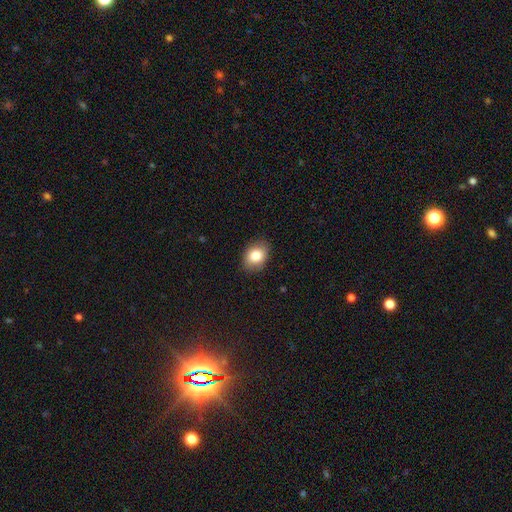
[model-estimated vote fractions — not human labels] smooth 84%, star or artifact 8%, featured or disk 8%. Down the decision tree: how rounded — in between (71%); merging — none (84%).